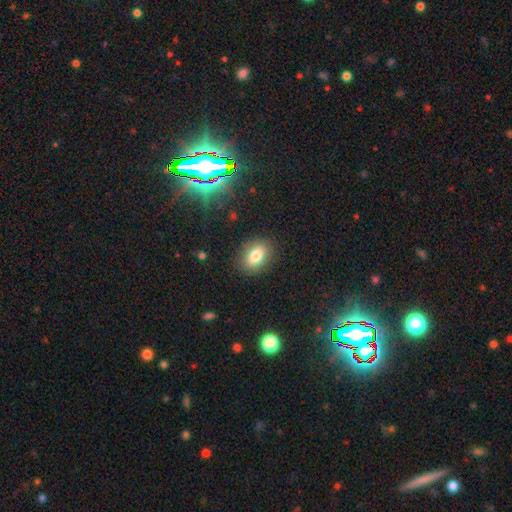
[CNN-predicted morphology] Smooth or featured? Predicted: smooth (p=0.80). How rounded? Predicted: in between (p=0.80). Merging? Predicted: none (p=0.85).